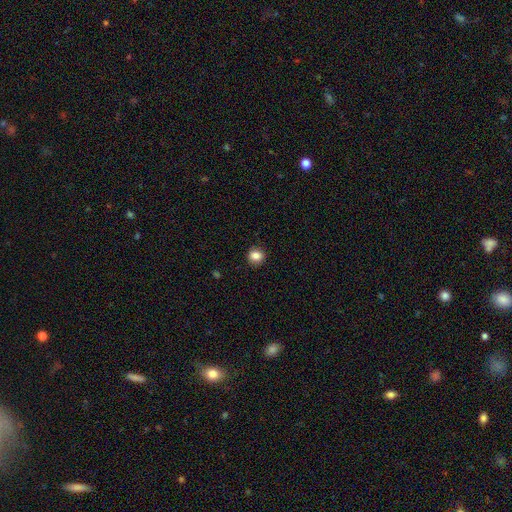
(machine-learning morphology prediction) smooth-or-featured: smooth: 85% | star or artifact: 10% | featured or disk: 5%
  how-rounded: round: 84% | in between: 15% | cigar-shaped: 1%
  merging: none: 89% | minor disturbance: 8% | major disturbance: 2% | merger: 1%